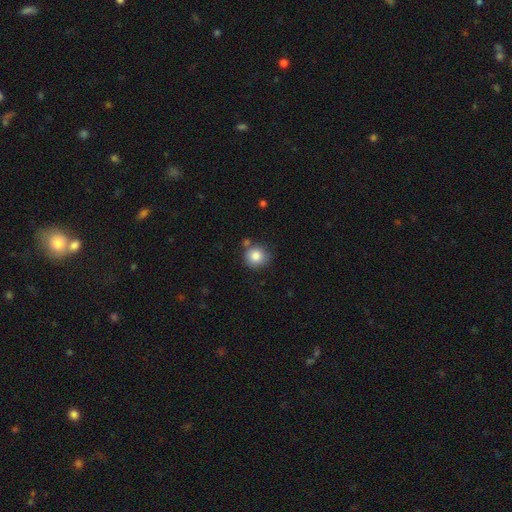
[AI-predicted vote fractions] A smooth galaxy with no disk features (84%) that is round (90%). Merging: none (73%).